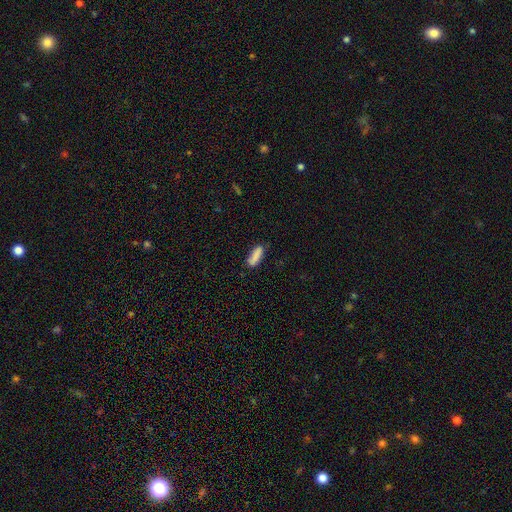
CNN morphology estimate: Q: Smooth or featured?
A: smooth (86%); runner-up: featured or disk (7%)
Q: How rounded?
A: in between (50%); runner-up: cigar-shaped (48%)
Q: Merging?
A: none (75%); runner-up: minor disturbance (19%)